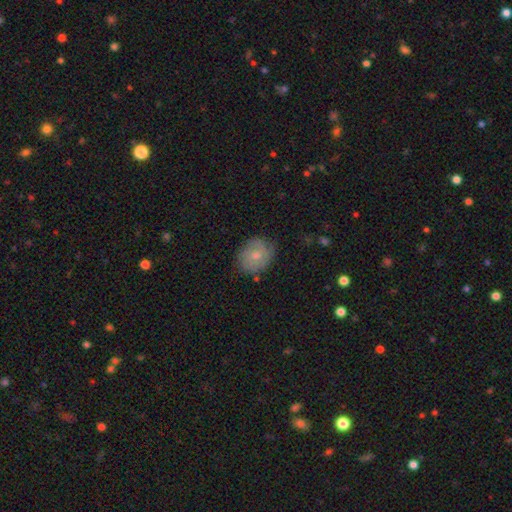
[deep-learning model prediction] Smooth or featured? smooth (59%)
How rounded? round (56%)
Merging? none (75%)